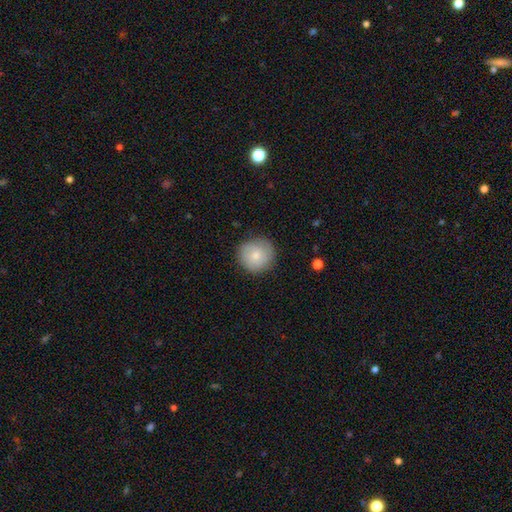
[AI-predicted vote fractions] The model was most divided on "smooth or featured": smooth: 75%, featured or disk: 18%, star or artifact: 7%. More confident: how rounded — round (93%); merging — none (83%).